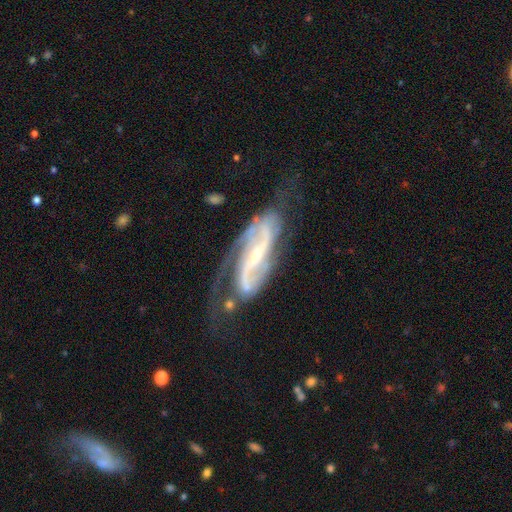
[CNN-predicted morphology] This is clearly a featured or disk galaxy (90%). It is clearly not viewed edge-on (93%). Bar: possibly strong (46%). Spiral arm pattern: clearly yes (97%). Spiral arm count: clearly 2 (86%). Spiral winding: possibly medium (47%). Central bulge: likely small (68%). Merging: possibly none (55%).